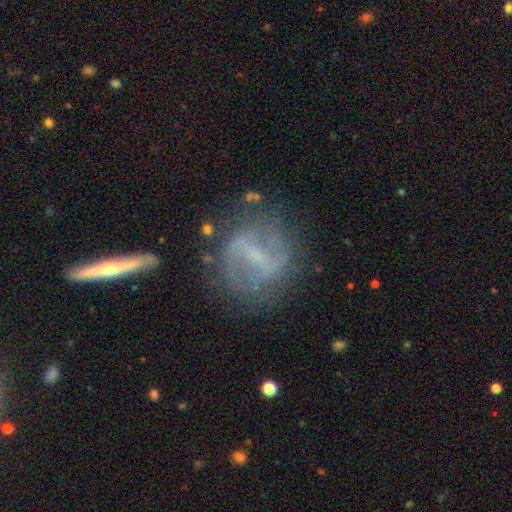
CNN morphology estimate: Smooth or featured? featured or disk (76%)
Edge-on disk? no (91%)
Bar? strong (55%)
Spiral arms? yes (74%)
Spiral winding? medium (41%)
Spiral arm count? 2 (74%)
Bulge size? small (48%)
Merging? none (67%)